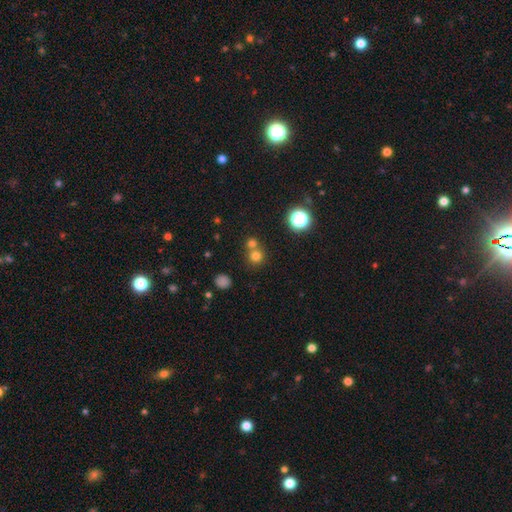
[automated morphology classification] This appears to be a smooth galaxy with no disk features (71%) that is round (90%). Merging: none (53%).